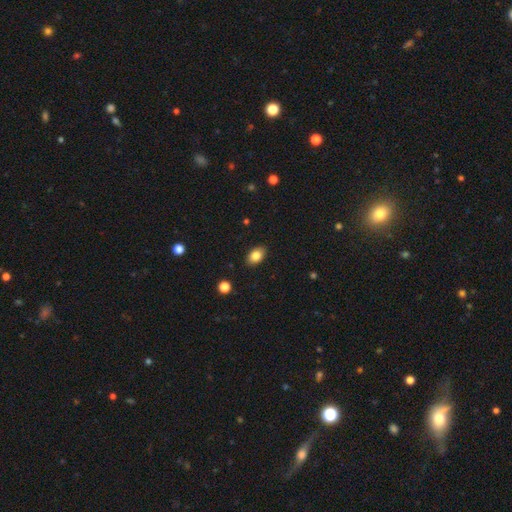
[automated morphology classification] A smooth galaxy with no disk features (83%) that is in between round and cigar-shaped (85%). Merging: none (88%).